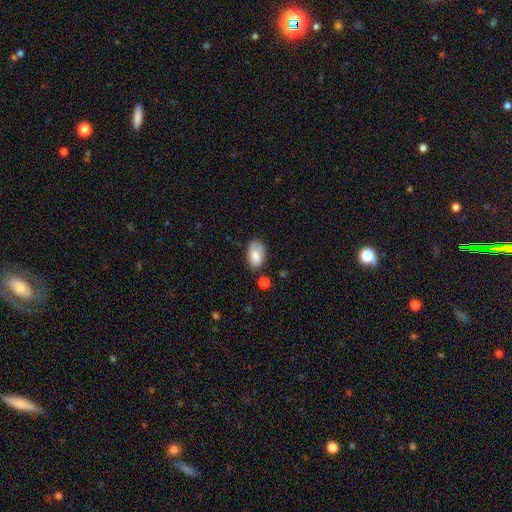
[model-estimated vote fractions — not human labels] Q: Smooth or featured?
A: smooth (77%); runner-up: featured or disk (16%)
Q: How rounded?
A: in between (91%); runner-up: round (8%)
Q: Merging?
A: none (59%); runner-up: minor disturbance (27%)